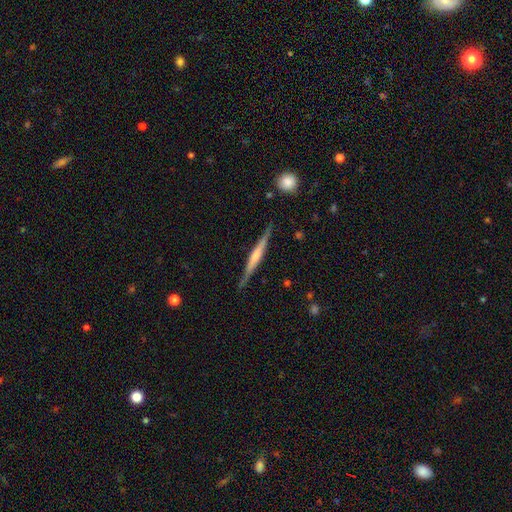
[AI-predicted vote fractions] smooth-or-featured: featured or disk: 65% | smooth: 30% | star or artifact: 6%
  disk-edge-on: yes: 97% | no: 3%
    edge-on-bulge: rounded: 41% | none: 31% | boxy: 28%
  merging: none: 86% | minor disturbance: 10% | major disturbance: 2% | merger: 1%